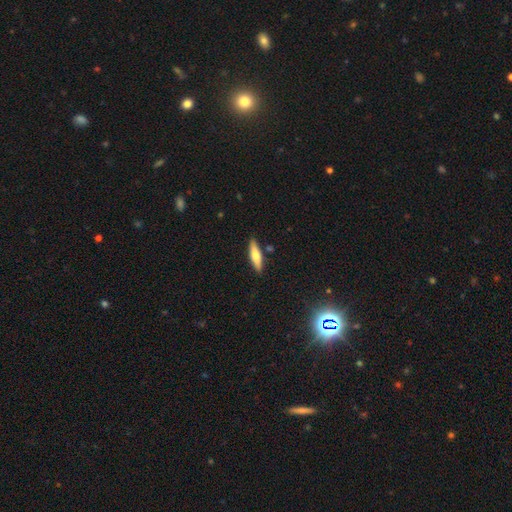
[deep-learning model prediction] This appears to be a smooth galaxy with no disk features (60%) that is cigar-shaped (68%). Merging: none (86%).